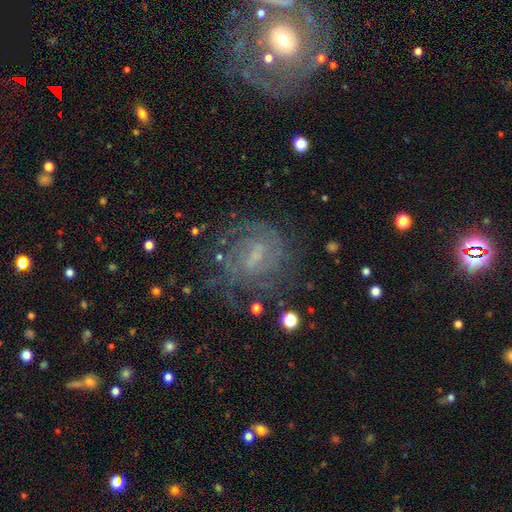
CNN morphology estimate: Smooth or featured? Predicted: featured or disk (p=0.72). Edge-on disk? Predicted: no (p=0.97). Bar? Predicted: weak (p=0.55). Spiral arms? Predicted: yes (p=0.86). Spiral winding? Predicted: tight (p=0.59). Spiral arm count? Predicted: can't tell (p=0.51). Bulge size? Predicted: small (p=0.47). Merging? Predicted: none (p=0.68).